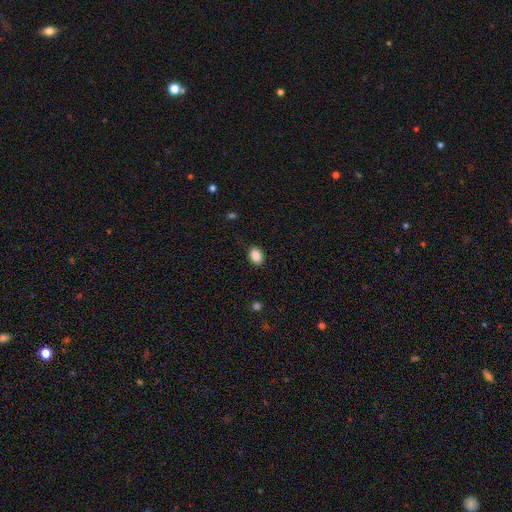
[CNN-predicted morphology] smooth 88%, star or artifact 8%, featured or disk 4%. Down the decision tree: how rounded — in between (79%); merging — none (88%).